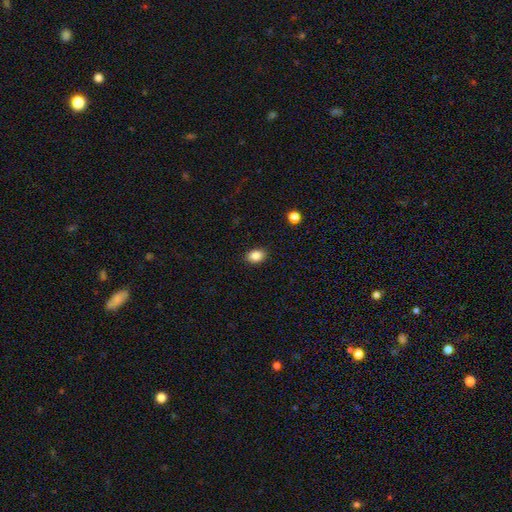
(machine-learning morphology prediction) smooth 87%, star or artifact 9%, featured or disk 4%. Down the decision tree: how rounded — in between (78%); merging — none (89%).